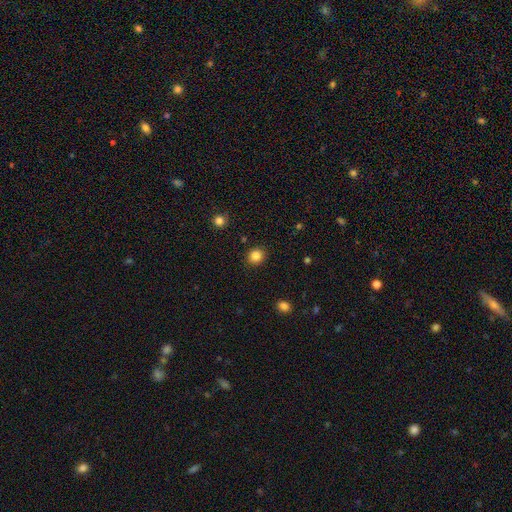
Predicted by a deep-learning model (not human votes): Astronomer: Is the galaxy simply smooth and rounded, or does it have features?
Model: smooth — 84%.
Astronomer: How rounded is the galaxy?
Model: round — 79%.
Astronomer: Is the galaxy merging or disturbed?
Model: none — 90%.